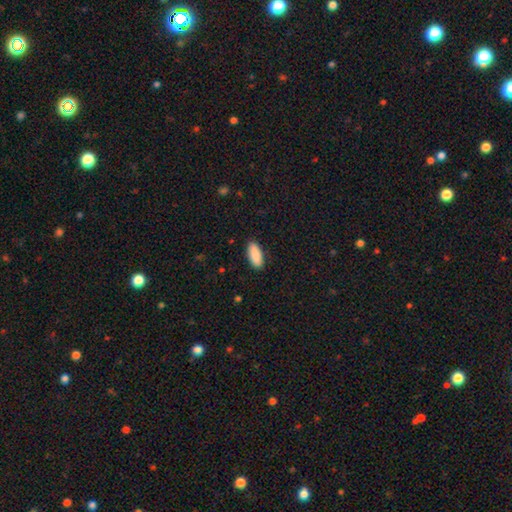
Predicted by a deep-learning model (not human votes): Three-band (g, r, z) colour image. It shows a smooth galaxy with no disk features (87%) that is in between round and cigar-shaped (84%). Merging: none (89%).